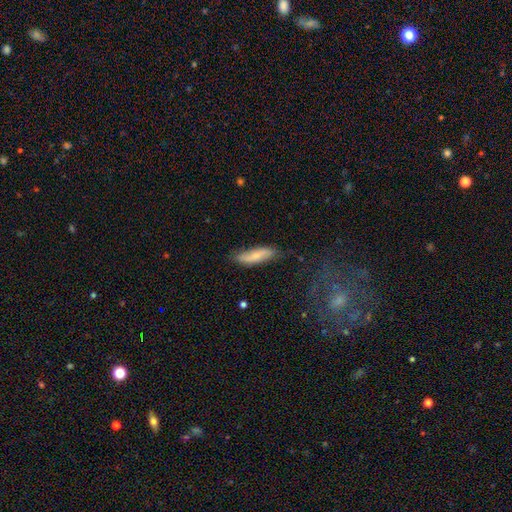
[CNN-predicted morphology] smooth-or-featured: smooth: 61% | featured or disk: 32% | star or artifact: 6%
  how-rounded: cigar-shaped: 65% | in between: 33% | round: 2%
  merging: none: 75% | minor disturbance: 19% | major disturbance: 4% | merger: 2%